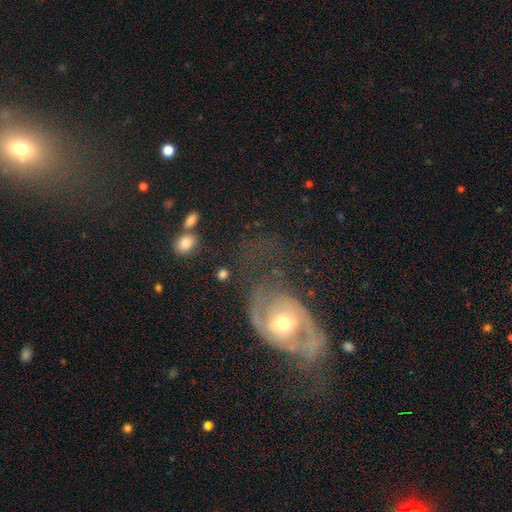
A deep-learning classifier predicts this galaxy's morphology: smooth_or_featured: featured or disk (p=0.74) [alt: smooth p=0.16]
disk_edge_on: no (p=0.93) [alt: yes p=0.07]
bar: no (p=0.63) [alt: weak p=0.26]
has_spiral_arms: yes (p=0.67) [alt: no p=0.33]
bulge_size: moderate (p=0.67) [alt: small p=0.22]
merging: none (p=0.50) [alt: major disturbance p=0.26]